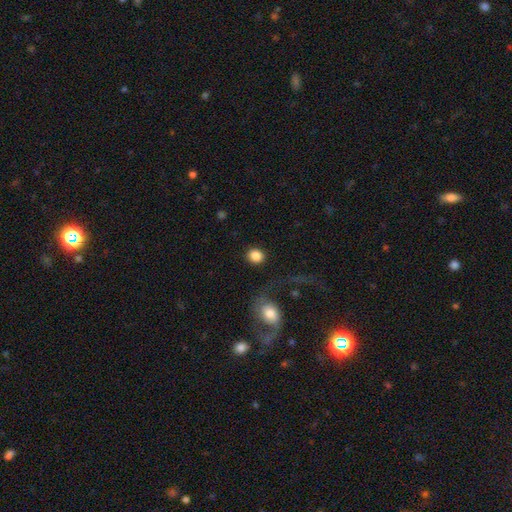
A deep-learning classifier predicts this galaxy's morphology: type=smooth (86%); roundness=round (79%); merging=none (84%).